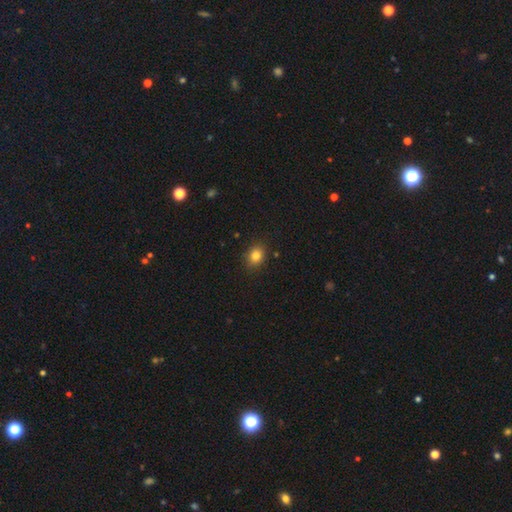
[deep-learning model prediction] Smooth or featured? Predicted: smooth (p=0.83). How rounded? Predicted: round (p=0.53). Merging? Predicted: none (p=0.86).